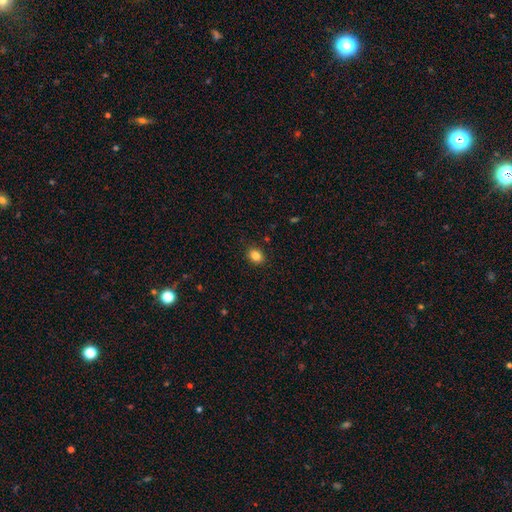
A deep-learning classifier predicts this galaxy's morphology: Smooth or featured: smooth — 85% (star or artifact — 10%)
How rounded: in between — 55% (round — 44%)
Merging: none — 89% (minor disturbance — 7%)